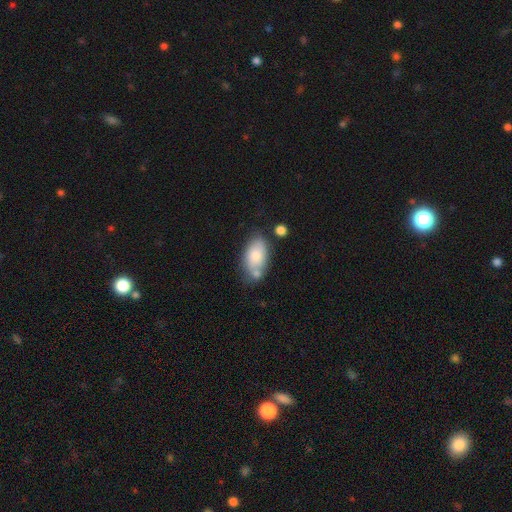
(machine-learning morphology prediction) Smooth or featured?
  - smooth: 76% *
  - featured or disk: 17%
  - star or artifact: 7%
How rounded?
  - in between: 93% *
  - round: 5%
  - cigar-shaped: 2%
Merging?
  - none: 53% *
  - minor disturbance: 22%
  - merger: 19%
  - major disturbance: 6%